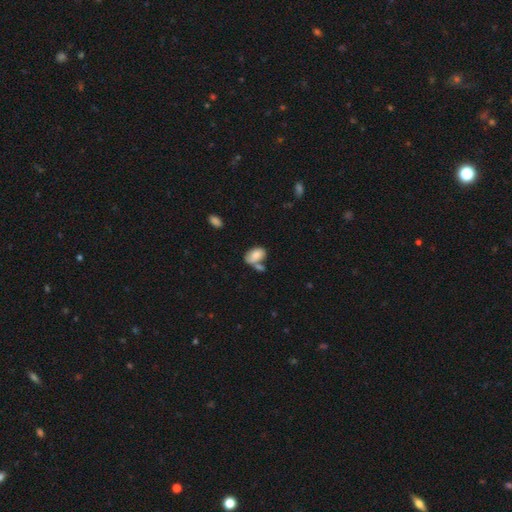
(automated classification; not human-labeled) This is clearly a smooth galaxy (81%). How rounded: clearly in between (90%). Merging: marginally none (43%).